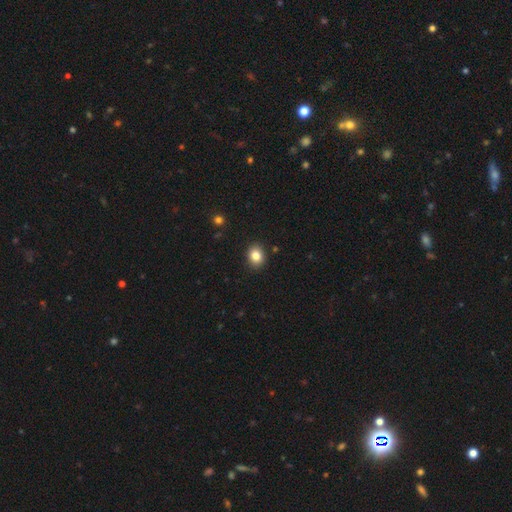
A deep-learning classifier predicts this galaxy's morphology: Smooth or featured? smooth (84%)
How rounded? round (52%)
Merging? none (90%)